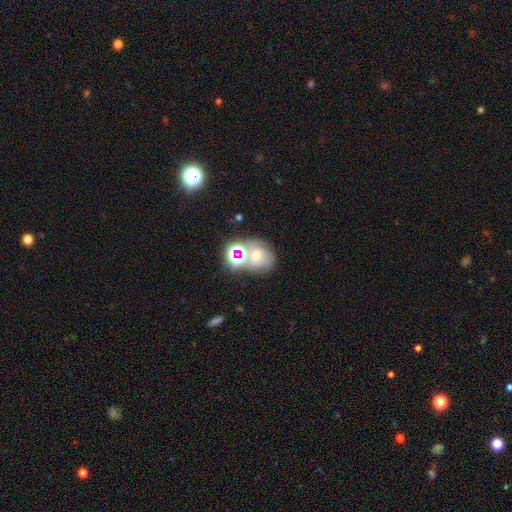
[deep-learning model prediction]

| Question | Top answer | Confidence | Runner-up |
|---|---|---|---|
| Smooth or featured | featured or disk | 39% | star or artifact (31%) |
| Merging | none | 50% | merger (26%) |